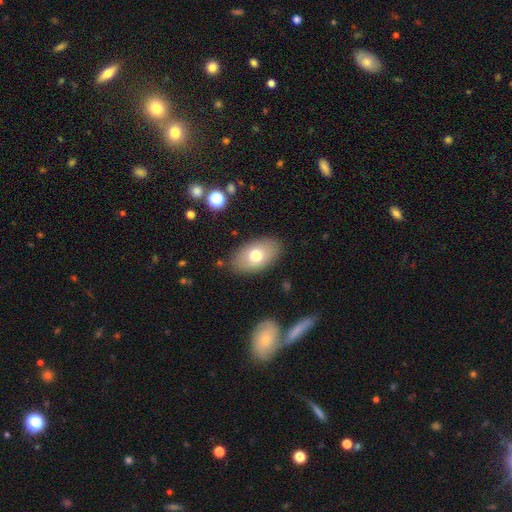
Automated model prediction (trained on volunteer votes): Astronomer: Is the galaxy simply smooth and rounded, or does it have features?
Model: smooth — 72%.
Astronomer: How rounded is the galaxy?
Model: in between — 92%.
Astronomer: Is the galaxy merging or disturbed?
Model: none — 85%.